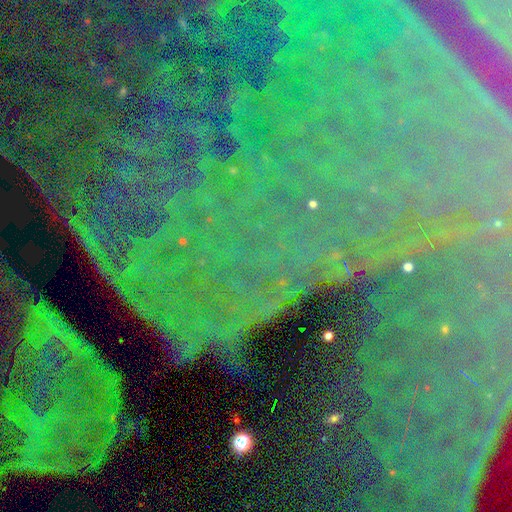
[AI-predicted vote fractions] The model was most divided on "smooth or featured": star or artifact: 85%, featured or disk: 8%, smooth: 7%.